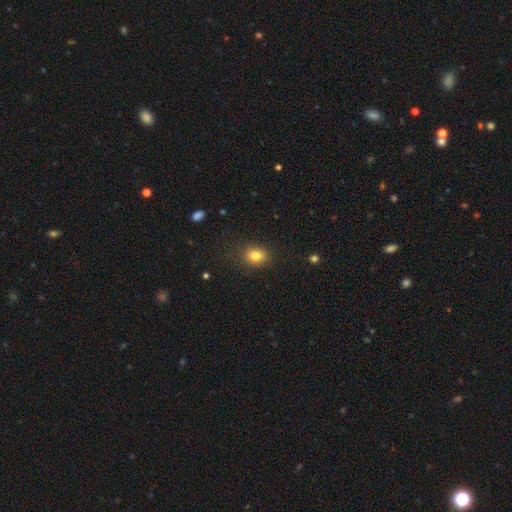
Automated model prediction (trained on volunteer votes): Smooth or featured: smooth — 83% (star or artifact — 11%)
How rounded: round — 53% (in between — 46%)
Merging: none — 86% (minor disturbance — 10%)